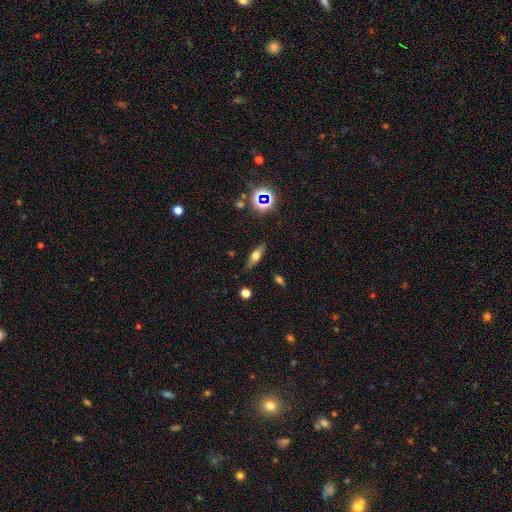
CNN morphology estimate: Smooth or featured? Predicted: smooth (p=0.49). Merging? Predicted: none (p=0.84).